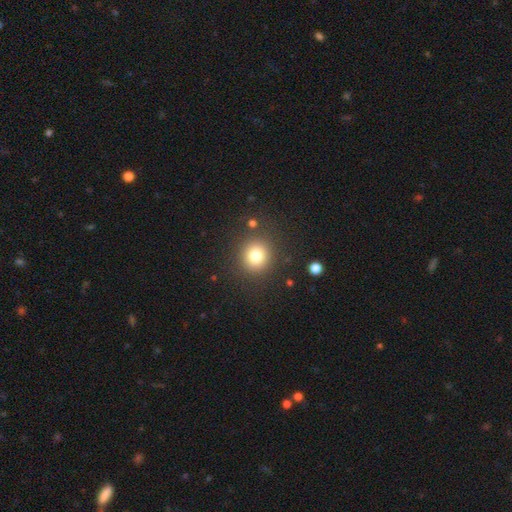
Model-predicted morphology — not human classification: Smooth or featured?
  - smooth: 79% *
  - star or artifact: 13%
  - featured or disk: 8%
How rounded?
  - round: 89% *
  - in between: 10%
  - cigar-shaped: 1%
Merging?
  - none: 87% *
  - minor disturbance: 7%
  - major disturbance: 3%
  - merger: 2%